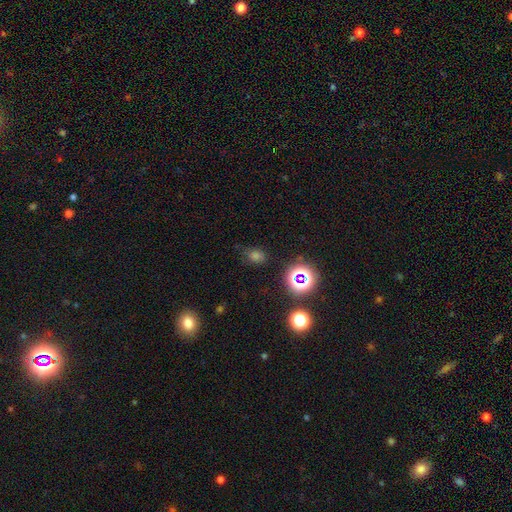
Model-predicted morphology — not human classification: smooth_or_featured: smooth (p=0.64) [alt: star or artifact p=0.29]
how_rounded: in between (p=0.55) [alt: round p=0.43]
merging: none (p=0.76) [alt: minor disturbance p=0.16]